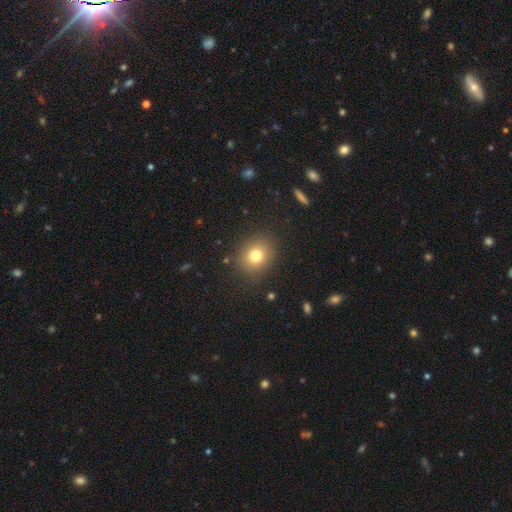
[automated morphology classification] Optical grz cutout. It shows a smooth galaxy with no disk features (77%) that is round (70%). Merging: none (87%).